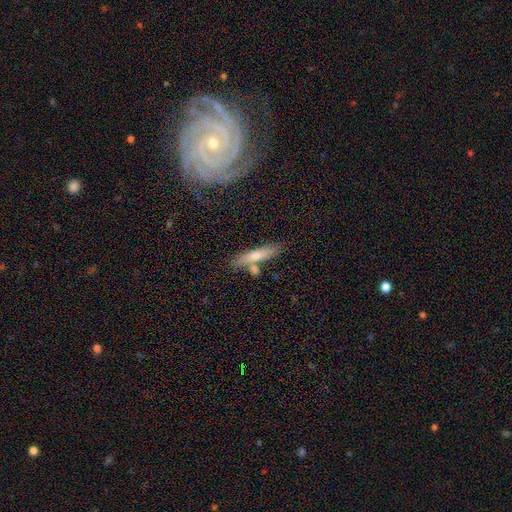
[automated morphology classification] Overall: smooth (58%; featured or disk 35%). How rounded: cigar-shaped (83%). Merging: none (69%).